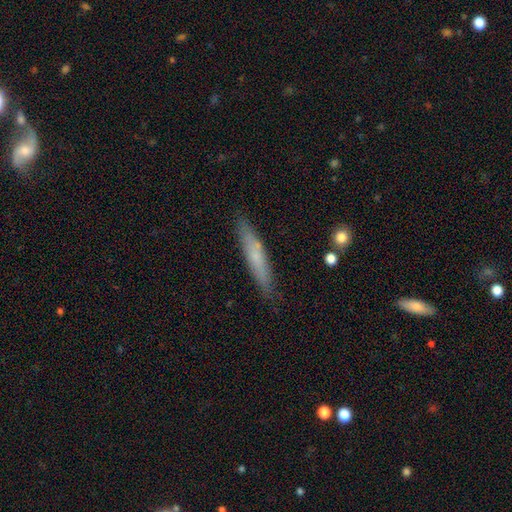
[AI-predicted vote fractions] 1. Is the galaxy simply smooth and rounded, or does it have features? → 60% smooth, 34% featured or disk, 6% star or artifact.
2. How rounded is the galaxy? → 92% cigar-shaped, 7% in between, 1% round.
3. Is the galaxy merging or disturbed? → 87% none, 10% minor disturbance, 2% major disturbance, 2% merger.